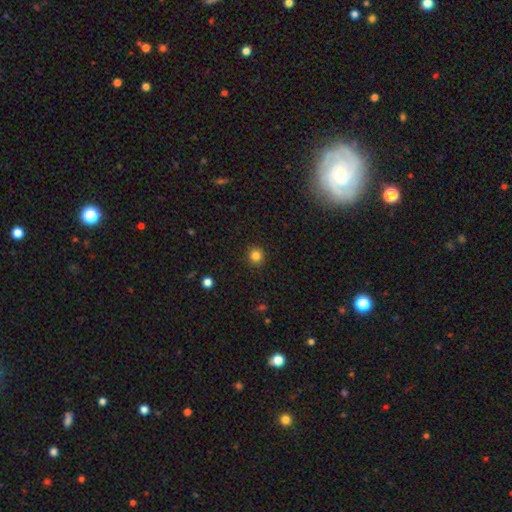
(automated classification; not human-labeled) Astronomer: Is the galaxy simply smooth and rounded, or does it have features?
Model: smooth — 83%.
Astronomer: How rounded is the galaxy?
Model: round — 92%.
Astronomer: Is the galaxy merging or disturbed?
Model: none — 92%.